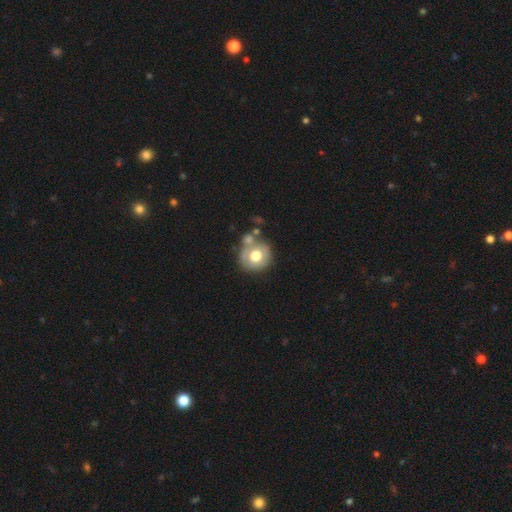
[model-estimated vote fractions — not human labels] Smooth or featured?
  - smooth: 60% *
  - featured or disk: 32%
  - star or artifact: 8%
How rounded?
  - round: 85% *
  - in between: 15%
  - cigar-shaped: 1%
Merging?
  - none: 57% *
  - merger: 19%
  - minor disturbance: 17%
  - major disturbance: 7%